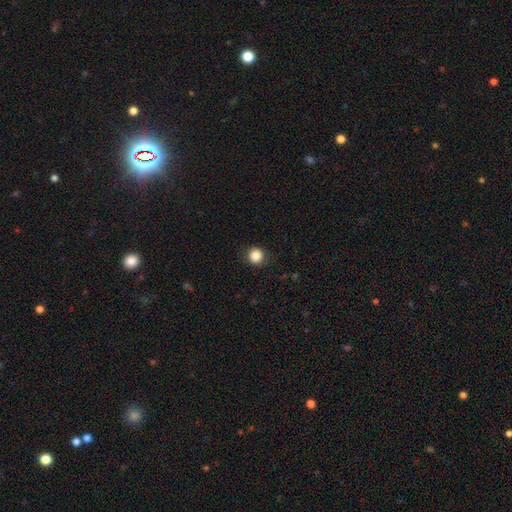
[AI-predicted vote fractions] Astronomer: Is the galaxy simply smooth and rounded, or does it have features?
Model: smooth — 86%.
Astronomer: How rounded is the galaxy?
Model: round — 92%.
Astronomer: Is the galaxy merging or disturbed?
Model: none — 88%.